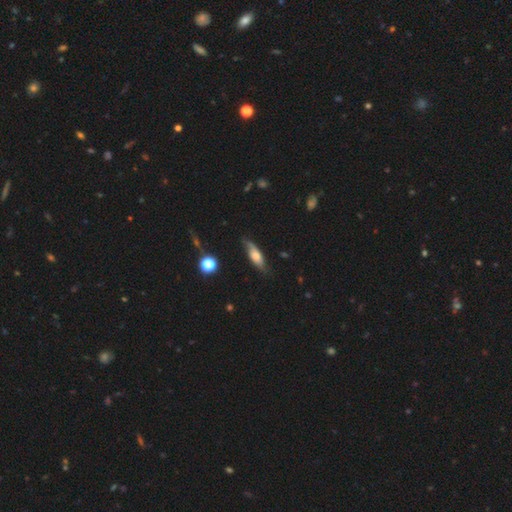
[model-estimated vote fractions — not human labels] Smooth or featured?
  - smooth: 53% *
  - featured or disk: 39%
  - star or artifact: 8%
How rounded?
  - in between: 55% *
  - cigar-shaped: 42%
  - round: 3%
Merging?
  - none: 64% *
  - minor disturbance: 26%
  - major disturbance: 7%
  - merger: 2%